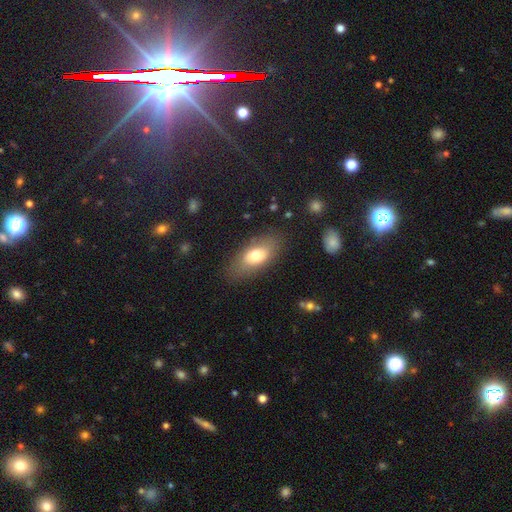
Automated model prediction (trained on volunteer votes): smooth-or-featured: smooth: 71% | featured or disk: 22% | star or artifact: 7%
  how-rounded: in between: 87% | cigar-shaped: 8% | round: 5%
  merging: none: 80% | minor disturbance: 14% | major disturbance: 5% | merger: 2%